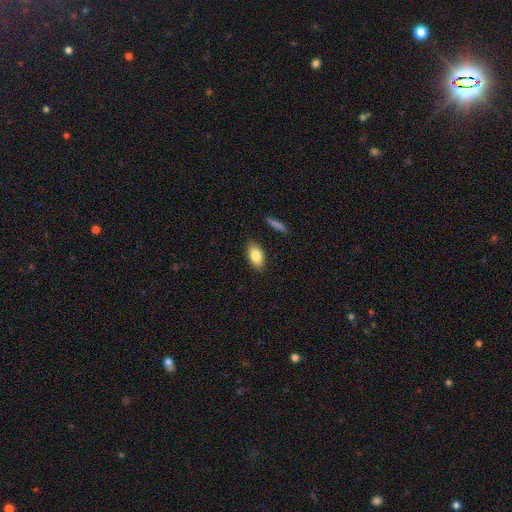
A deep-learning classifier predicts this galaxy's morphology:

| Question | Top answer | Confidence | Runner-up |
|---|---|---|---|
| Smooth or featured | smooth | 82% | featured or disk (11%) |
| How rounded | in between | 91% | round (5%) |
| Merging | none | 86% | minor disturbance (10%) |